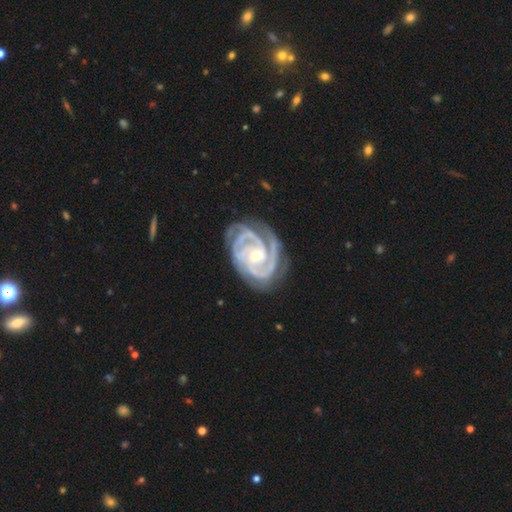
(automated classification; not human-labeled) A featured or disk galaxy (94%) with no bar (58%), 3 (48%) tight (71%) spiral arms (99%) and a small central bulge (51%).

Vote fractions:
- Smooth or featured? featured or disk: 94% / star or artifact: 4% / smooth: 3%
- Edge-on disk? no: 98% / yes: 2%
- Bar? no: 58% / weak: 29% / strong: 13%
- Spiral arms? yes: 99% / no: 1%
- Spiral winding? tight: 71% / medium: 26% / loose: 3%
- Spiral arm count? 3: 48% / 2: 22% / 4: 11% / can't tell: 9% / more than 4: 5% / 1: 5%
- Bulge size? small: 51% / moderate: 46% / large: 1% / none: 1% / dominant: 1%
- Merging? none: 70% / minor disturbance: 20% / major disturbance: 8% / merger: 1%